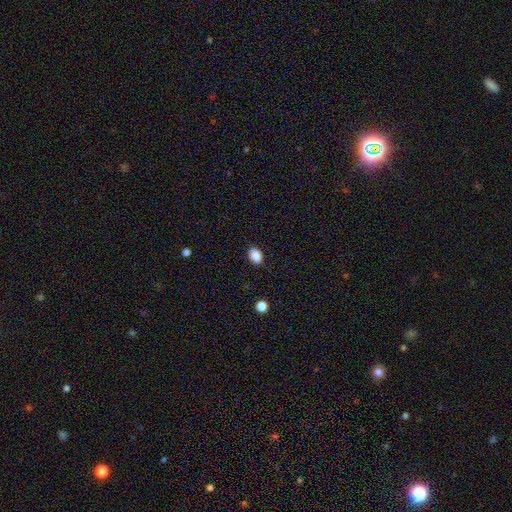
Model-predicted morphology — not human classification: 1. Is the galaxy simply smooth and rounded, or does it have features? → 86% smooth, 9% star or artifact, 5% featured or disk.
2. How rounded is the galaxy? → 74% in between, 25% round, 1% cigar-shaped.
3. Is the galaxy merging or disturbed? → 88% none, 9% minor disturbance, 2% major disturbance, 1% merger.